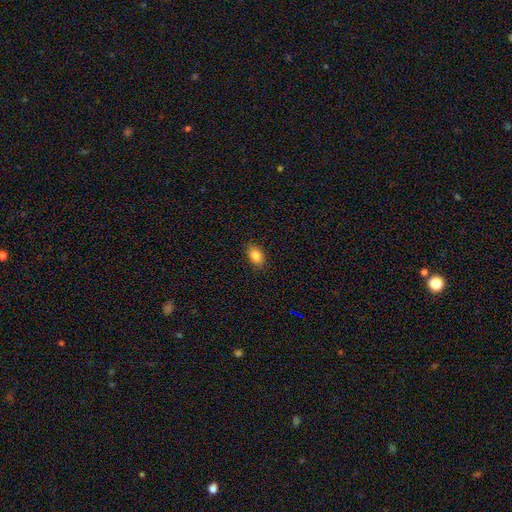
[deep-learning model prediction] Smooth or featured?
  - smooth: 86% *
  - star or artifact: 9%
  - featured or disk: 6%
How rounded?
  - in between: 87% *
  - round: 11%
  - cigar-shaped: 2%
Merging?
  - none: 85% *
  - minor disturbance: 11%
  - major disturbance: 3%
  - merger: 1%